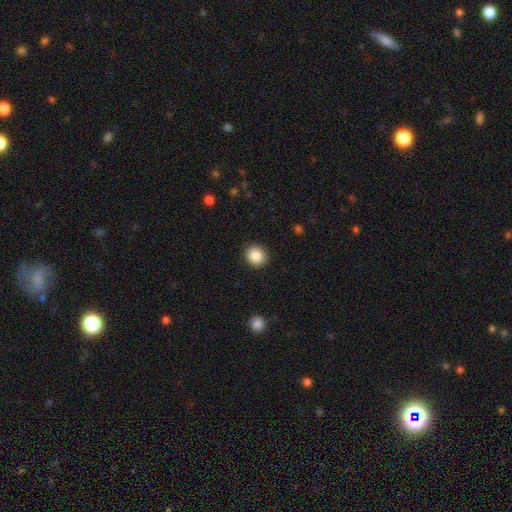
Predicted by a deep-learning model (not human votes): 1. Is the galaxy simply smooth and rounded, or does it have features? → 86% smooth, 9% star or artifact, 5% featured or disk.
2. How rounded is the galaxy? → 79% round, 20% in between, 1% cigar-shaped.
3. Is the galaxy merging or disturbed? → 90% none, 7% minor disturbance, 2% major disturbance, 1% merger.